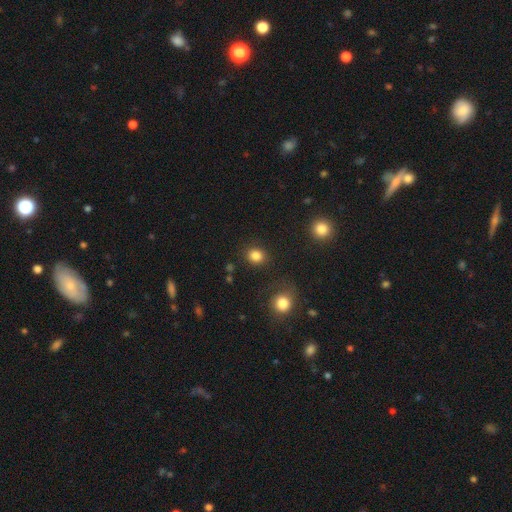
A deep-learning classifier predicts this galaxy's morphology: A smooth galaxy with no disk features (84%) that is round (76%).

Vote fractions:
- Smooth or featured? smooth: 84% / star or artifact: 12% / featured or disk: 4%
- How rounded? round: 76% / in between: 23% / cigar-shaped: 1%
- Merging? none: 86% / minor disturbance: 8% / major disturbance: 3% / merger: 3%